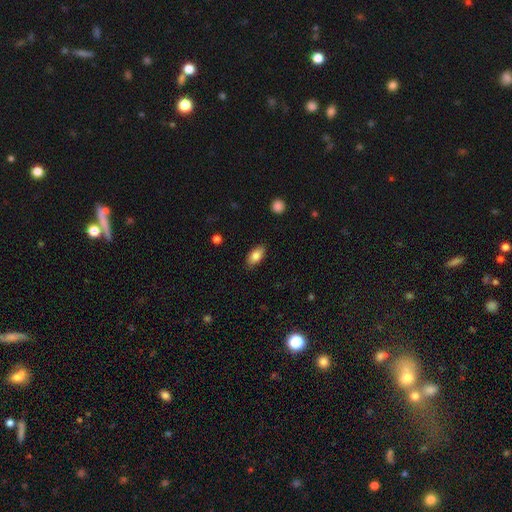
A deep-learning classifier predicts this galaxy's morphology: Smooth or featured: smooth — 83% (featured or disk — 10%)
How rounded: in between — 91% (cigar-shaped — 5%)
Merging: none — 86% (minor disturbance — 11%)